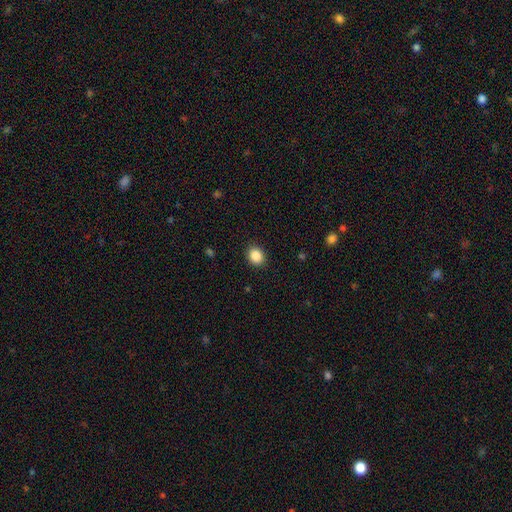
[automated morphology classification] Q: Smooth or featured?
A: smooth (88%); runner-up: star or artifact (9%)
Q: How rounded?
A: round (63%); runner-up: in between (36%)
Q: Merging?
A: none (89%); runner-up: minor disturbance (7%)